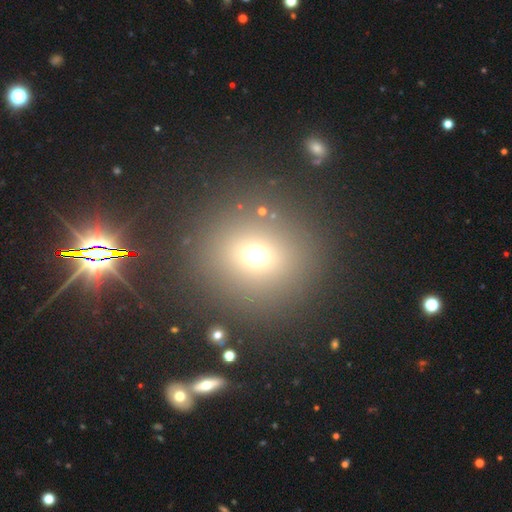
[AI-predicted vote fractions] A smooth galaxy with no disk features (61%) that is round (89%). Merging: none (85%).